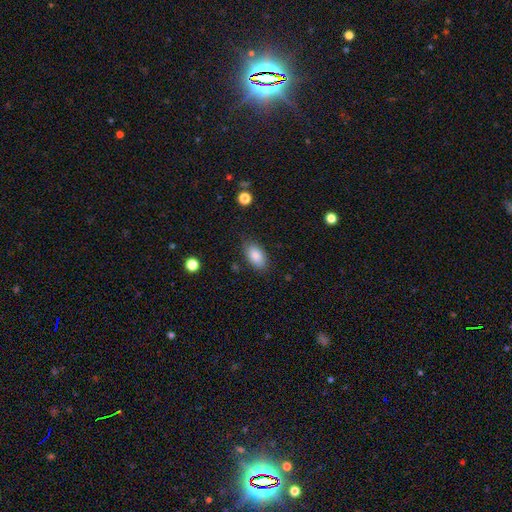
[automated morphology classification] The model was most divided on "merging": none: 81%, minor disturbance: 14%, major disturbance: 3%, merger: 1%. More confident: how rounded — in between (92%); smooth or featured — smooth (86%).